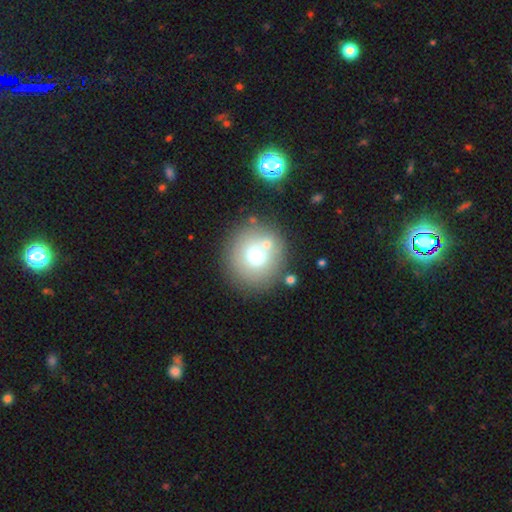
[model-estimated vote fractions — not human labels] Morphology: type=smooth (68%); roundness=round (93%); merging=none (76%).